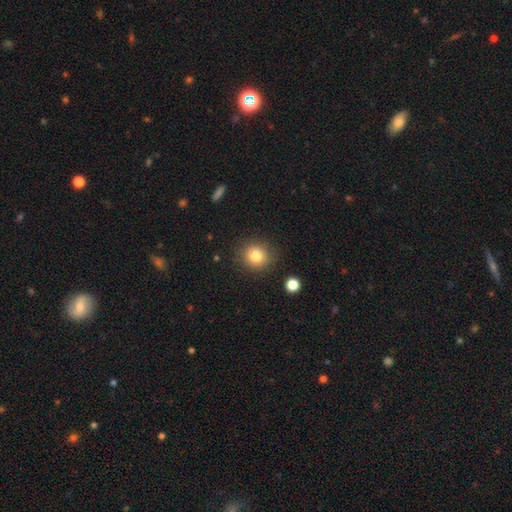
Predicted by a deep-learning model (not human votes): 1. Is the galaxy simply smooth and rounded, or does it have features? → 81% smooth, 12% star or artifact, 7% featured or disk.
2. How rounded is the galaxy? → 84% round, 15% in between, 1% cigar-shaped.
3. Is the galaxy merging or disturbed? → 86% none, 9% minor disturbance, 3% major disturbance, 2% merger.